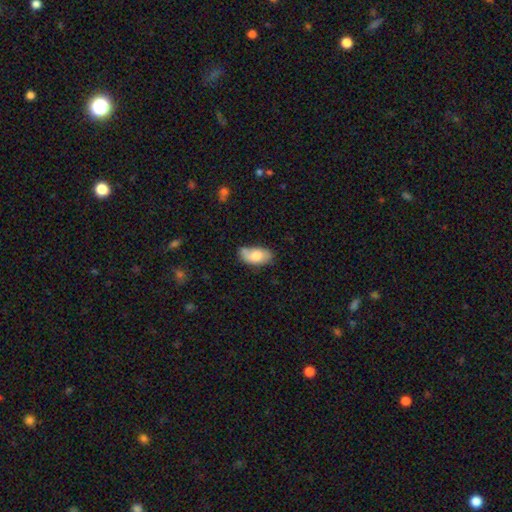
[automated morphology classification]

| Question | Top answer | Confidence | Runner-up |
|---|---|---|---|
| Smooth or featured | smooth | 74% | featured or disk (20%) |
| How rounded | in between | 94% | round (3%) |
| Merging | none | 54% | minor disturbance (32%) |